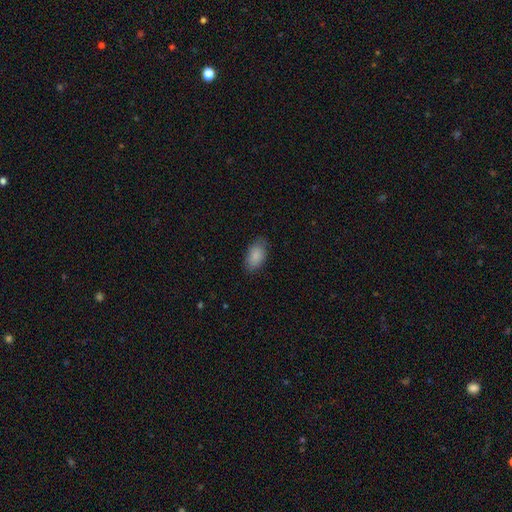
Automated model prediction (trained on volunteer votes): Morphology: type=smooth (88%); roundness=in between (92%); merging=none (80%).